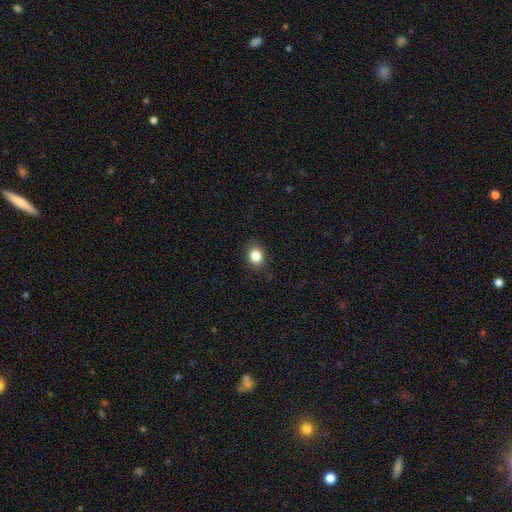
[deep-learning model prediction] A smooth galaxy with no disk features (84%) that is in between round and cigar-shaped (51%).

Vote fractions:
- Smooth or featured? smooth: 84% / star or artifact: 10% / featured or disk: 6%
- How rounded? in between: 51% / round: 48% / cigar-shaped: 1%
- Merging? none: 87% / minor disturbance: 9% / major disturbance: 2% / merger: 1%